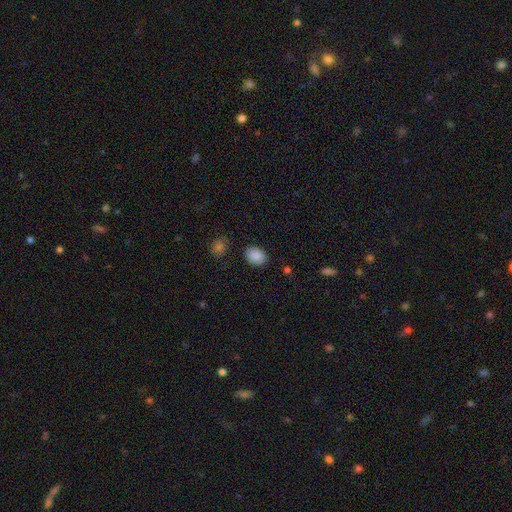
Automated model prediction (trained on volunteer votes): Smooth or featured? smooth (88%)
How rounded? in between (60%)
Merging? none (86%)